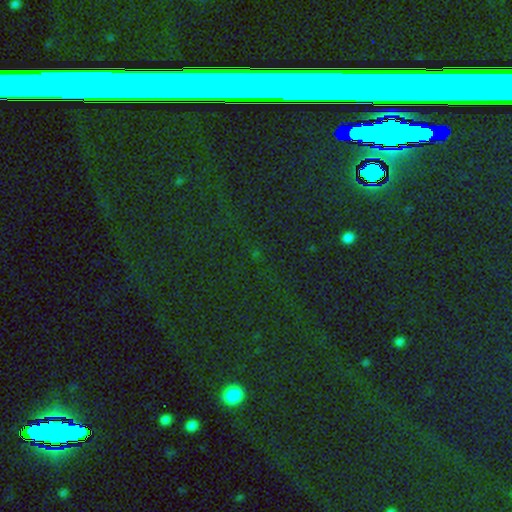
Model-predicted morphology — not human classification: Overall: star or artifact (78%).